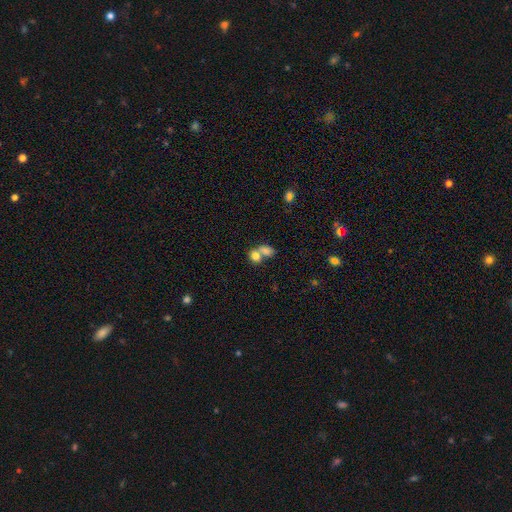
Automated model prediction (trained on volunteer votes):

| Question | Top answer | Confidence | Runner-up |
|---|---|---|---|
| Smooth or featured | smooth | 79% | featured or disk (12%) |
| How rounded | in between | 60% | round (39%) |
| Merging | merger | 66% | none (24%) |